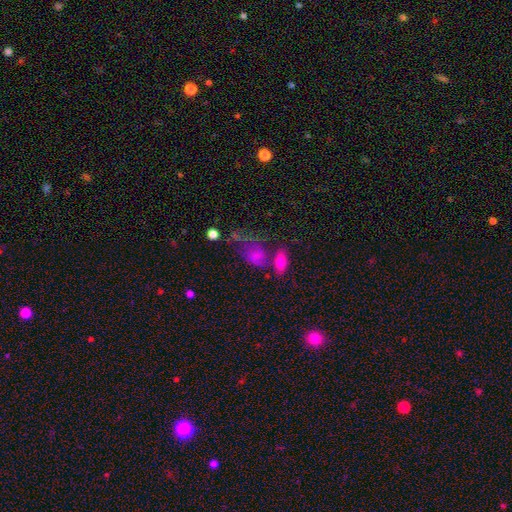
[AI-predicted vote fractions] This appears to be a smooth galaxy with no disk features (52%) that is in between round and cigar-shaped (68%). Merging: none (37%).